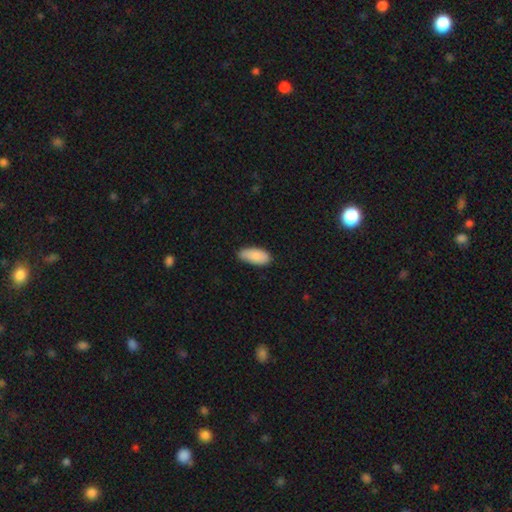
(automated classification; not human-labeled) The model was most divided on "merging": none: 76%, minor disturbance: 20%, major disturbance: 3%, merger: 1%. More confident: how rounded — in between (90%); smooth or featured — smooth (89%).